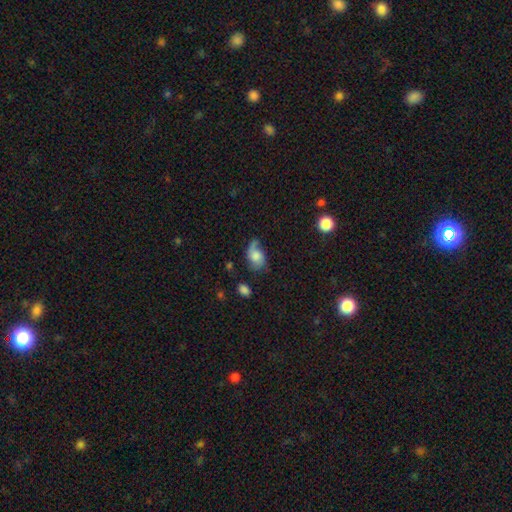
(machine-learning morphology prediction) Smooth or featured? Predicted: smooth (p=0.47). Merging? Predicted: none (p=0.43).